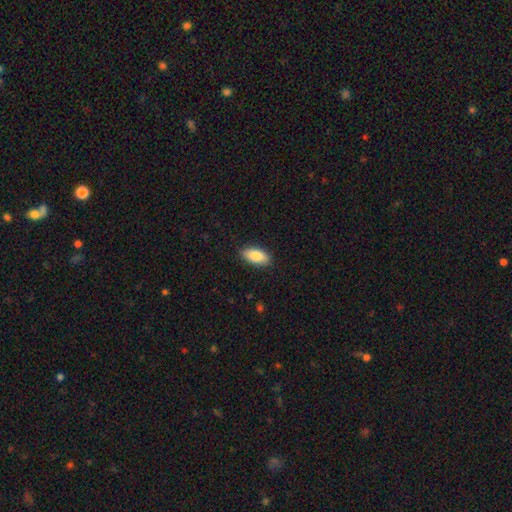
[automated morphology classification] Smooth or featured? Predicted: smooth (p=0.84). How rounded? Predicted: in between (p=0.90). Merging? Predicted: none (p=0.88).